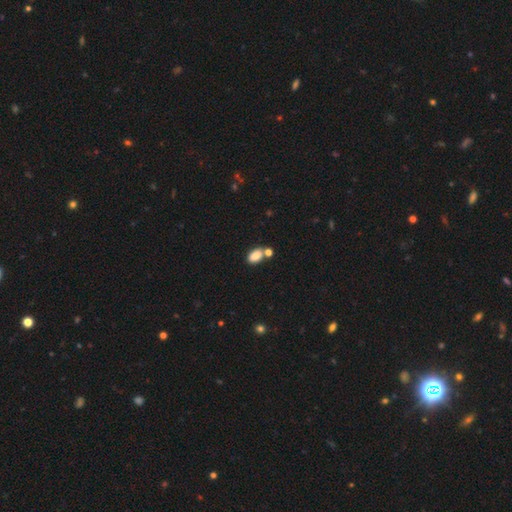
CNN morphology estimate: Q: Smooth or featured?
A: smooth (85%); runner-up: star or artifact (9%)
Q: How rounded?
A: in between (89%); runner-up: round (9%)
Q: Merging?
A: none (53%); runner-up: merger (31%)